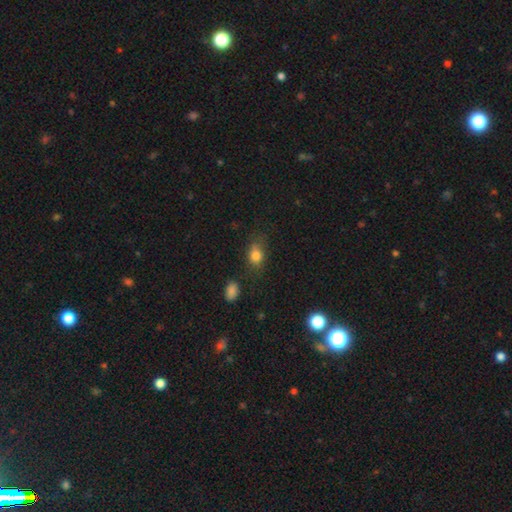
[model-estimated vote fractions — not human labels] smooth_or_featured: smooth (p=0.79) [alt: star or artifact p=0.12]
how_rounded: in between (p=0.64) [alt: round p=0.33]
merging: none (p=0.60) [alt: minor disturbance p=0.26]